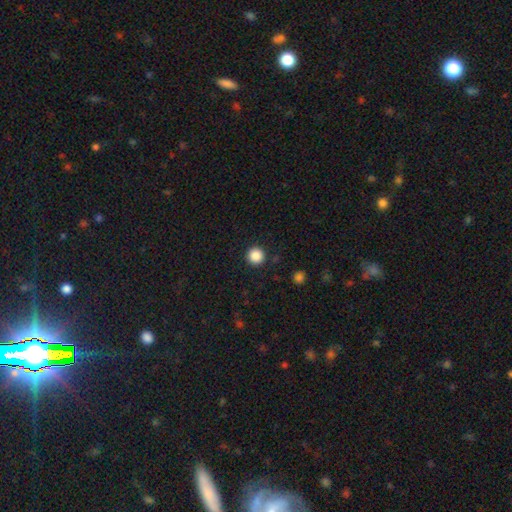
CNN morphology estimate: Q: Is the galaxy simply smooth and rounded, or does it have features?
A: smooth — 87%.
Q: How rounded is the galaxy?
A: round — 96%.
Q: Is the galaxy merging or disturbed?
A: none — 92%.